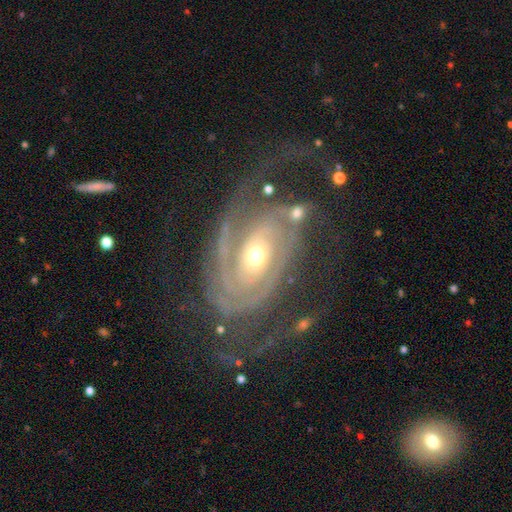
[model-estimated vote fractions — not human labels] featured or disk 90%, star or artifact 5%, smooth 4%. Down the decision tree: edge-on disk — no (96%); bar — no (71%); spiral arms — yes (97%); spiral arm count — 2 (48%); spiral winding — tight (66%); bulge size — moderate (56%); merging — none (56%).